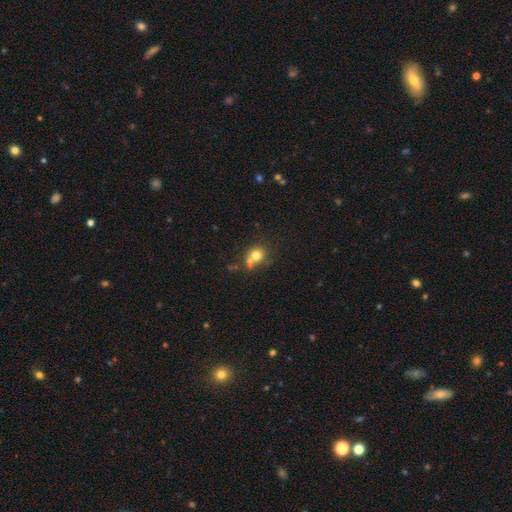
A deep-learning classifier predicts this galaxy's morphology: smooth-or-featured: smooth: 74% | featured or disk: 14% | star or artifact: 12%
  how-rounded: round: 77% | in between: 22% | cigar-shaped: 1%
  merging: none: 42% | merger: 39% | minor disturbance: 13% | major disturbance: 6%